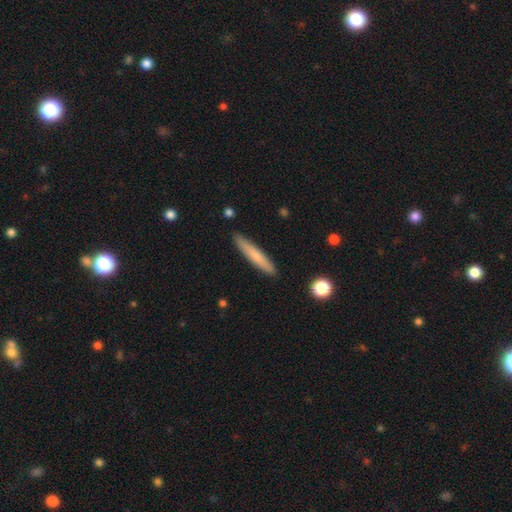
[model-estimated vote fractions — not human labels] smooth-or-featured: smooth: 69% | featured or disk: 25% | star or artifact: 6%
  how-rounded: cigar-shaped: 93% | in between: 6% | round: 1%
  merging: none: 89% | minor disturbance: 8% | major disturbance: 2% | merger: 1%